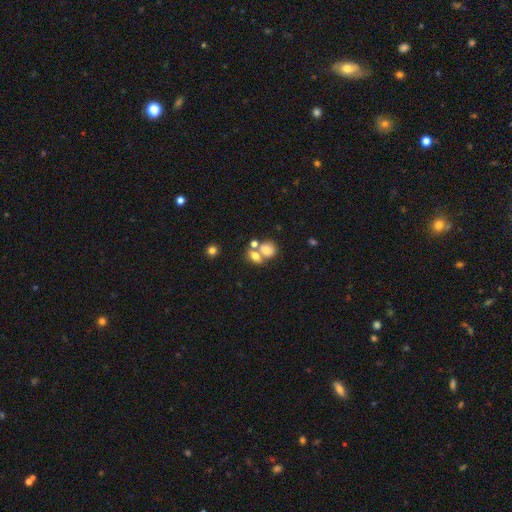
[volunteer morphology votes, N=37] smooth-or-featured: smooth: 62% | featured or disk: 35% | star or artifact: 3%
  how-rounded: in between: 74% | round: 26% | cigar-shaped: 0%
  merging: none: 42% | merger: 39% | minor disturbance: 11% | major disturbance: 8%